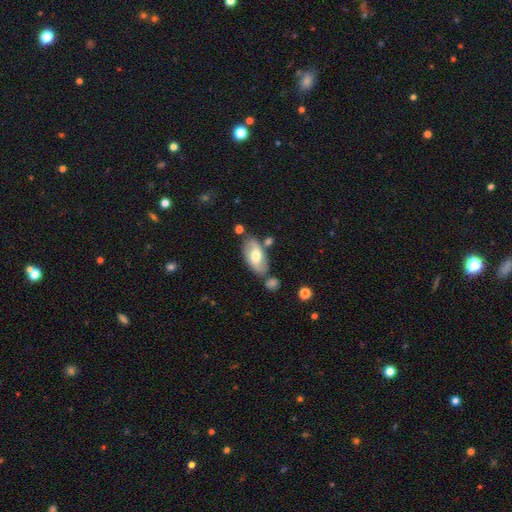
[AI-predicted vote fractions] Q: Smooth or featured?
A: smooth (52%); runner-up: featured or disk (42%)
Q: How rounded?
A: in between (92%); runner-up: cigar-shaped (5%)
Q: Merging?
A: none (69%); runner-up: minor disturbance (17%)